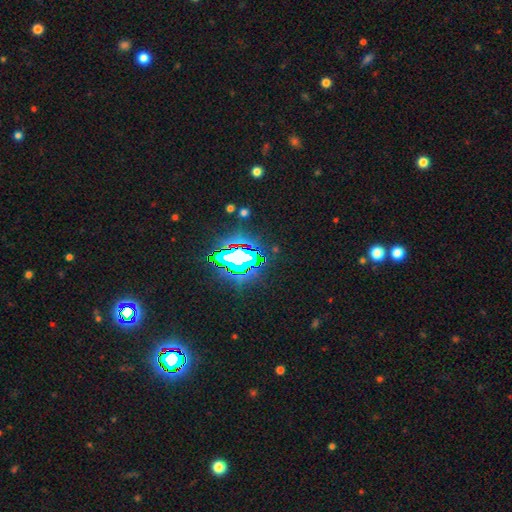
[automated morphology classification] smooth_or_featured: star or artifact (p=0.79) [alt: smooth p=0.12]